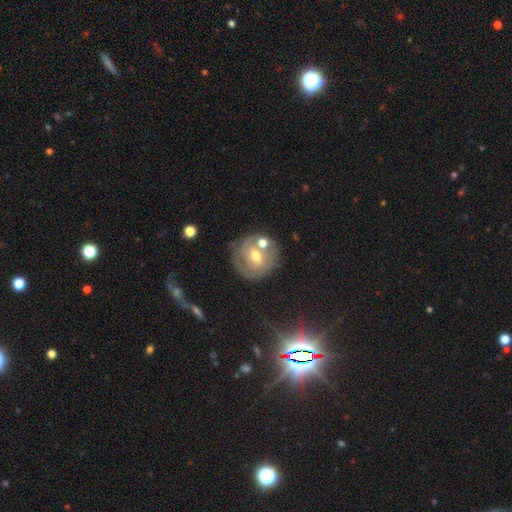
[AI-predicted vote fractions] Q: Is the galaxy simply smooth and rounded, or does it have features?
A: featured or disk — 61%.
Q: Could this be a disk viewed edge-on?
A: no — 96%.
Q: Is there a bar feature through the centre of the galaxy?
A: no — 47%.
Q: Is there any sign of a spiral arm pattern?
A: yes — 65%.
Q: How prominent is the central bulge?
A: moderate — 72%.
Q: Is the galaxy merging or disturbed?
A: none — 62%.